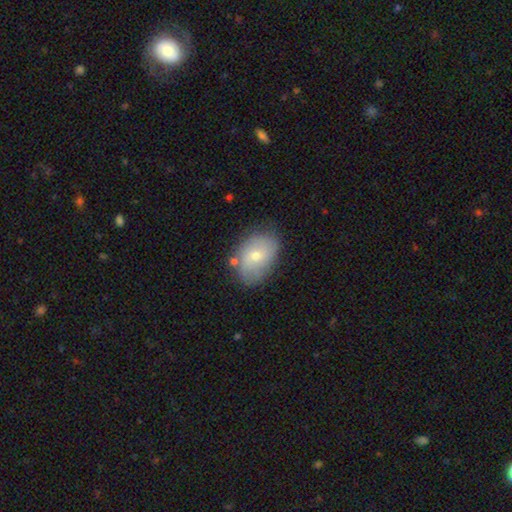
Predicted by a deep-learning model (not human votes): Morphology: type=smooth (54%); roundness=in between (80%); merging=none (71%).